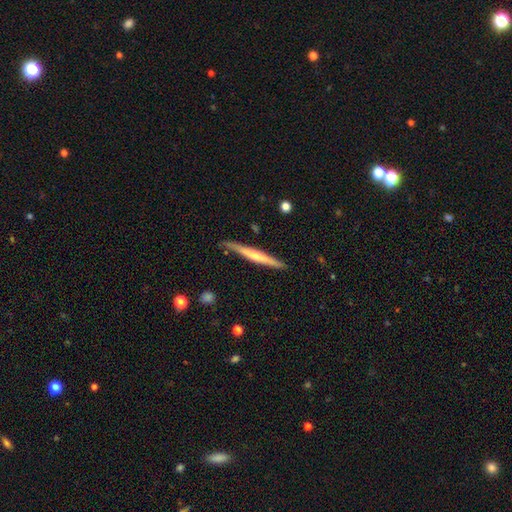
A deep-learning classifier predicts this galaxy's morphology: Smooth or featured?
  - featured or disk: 56% *
  - smooth: 39%
  - star or artifact: 5%
Edge-on disk?
  - yes: 96% *
  - no: 4%
Edge-on bulge?
  - rounded: 49% *
  - none: 43%
  - boxy: 8%
Merging?
  - none: 85% *
  - minor disturbance: 11%
  - major disturbance: 2%
  - merger: 2%